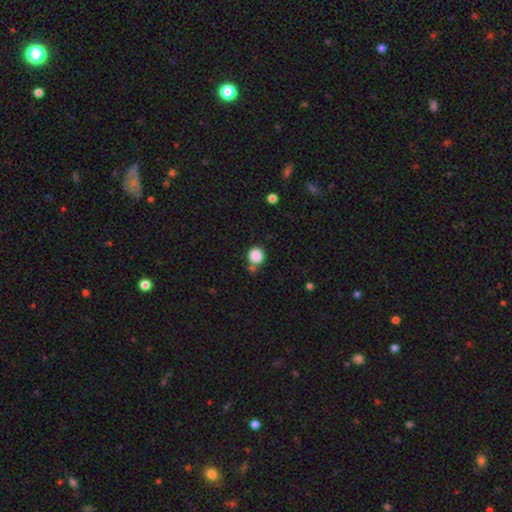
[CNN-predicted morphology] The model was most divided on "merging": none: 73%, merger: 12%, minor disturbance: 11%, major disturbance: 4%. More confident: how rounded — round (89%); smooth or featured — smooth (87%).